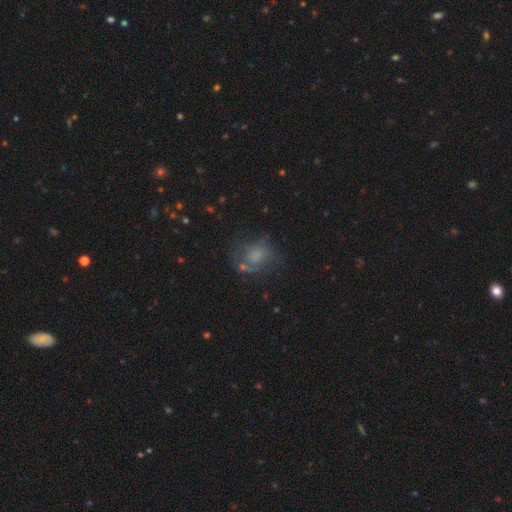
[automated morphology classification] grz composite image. It shows a smooth galaxy with no disk features (59%) that is round (60%). Merging: none (50%).